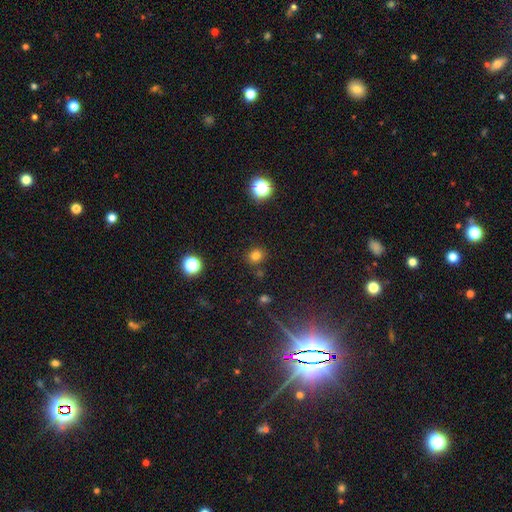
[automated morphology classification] This is likely a smooth galaxy (77%). How rounded: likely round (77%). Merging: clearly none (84%).